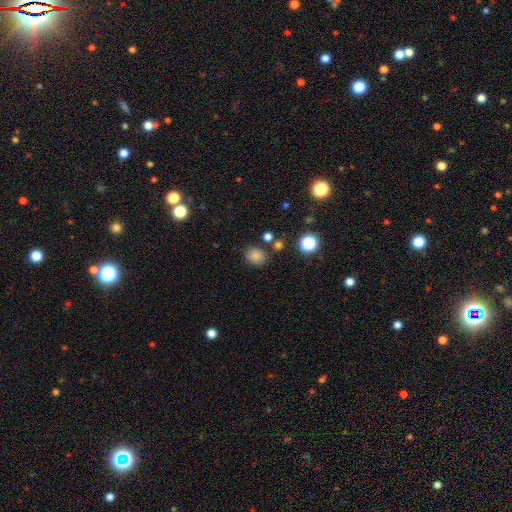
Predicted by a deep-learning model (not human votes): Smooth or featured?
  - smooth: 81% *
  - star or artifact: 14%
  - featured or disk: 5%
How rounded?
  - round: 65% *
  - in between: 34%
  - cigar-shaped: 1%
Merging?
  - none: 80% *
  - minor disturbance: 11%
  - merger: 6%
  - major disturbance: 3%